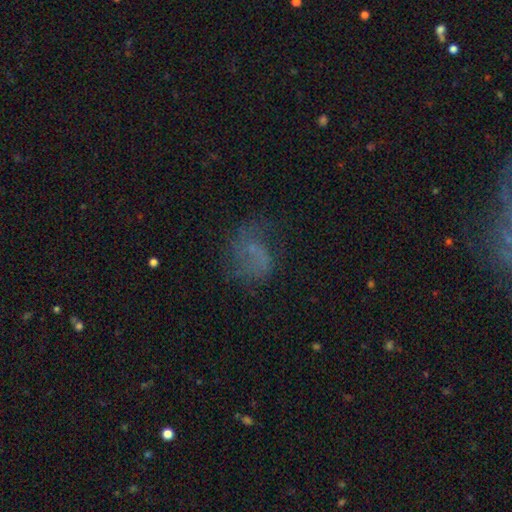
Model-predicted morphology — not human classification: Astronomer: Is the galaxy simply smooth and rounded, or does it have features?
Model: featured or disk — 41% (runner-up: smooth, 36%).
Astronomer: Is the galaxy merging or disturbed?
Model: none — 55%.